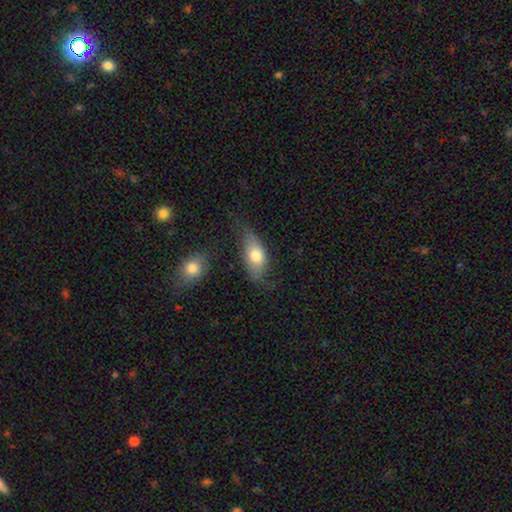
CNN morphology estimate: Smooth or featured: smooth — 72% (featured or disk — 21%)
How rounded: in between — 85% (cigar-shaped — 9%)
Merging: none — 53% (minor disturbance — 30%)